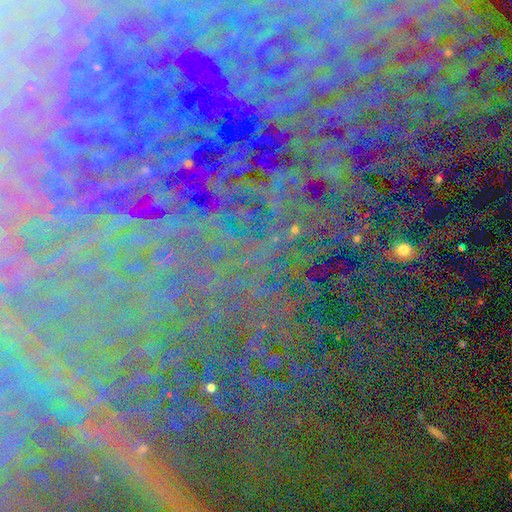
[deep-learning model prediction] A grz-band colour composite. It shows a star or artifact, not a galaxy (85%).